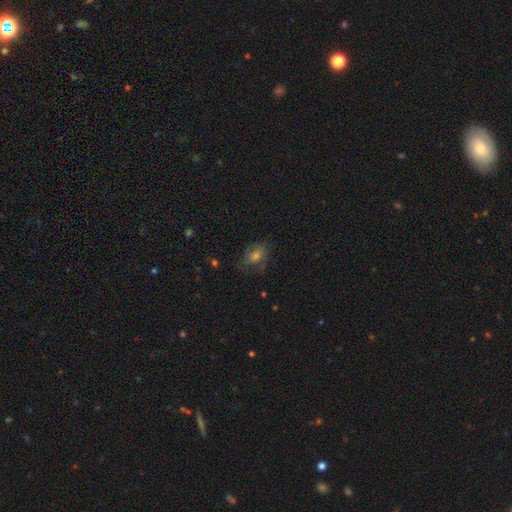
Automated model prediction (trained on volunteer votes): This appears to be a smooth galaxy with no disk features (49%). Merging: none (63%).